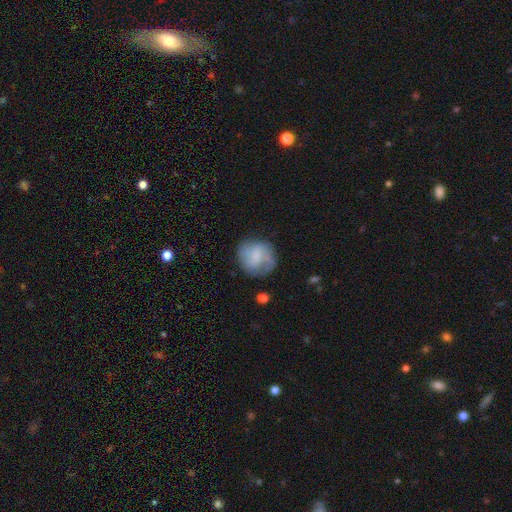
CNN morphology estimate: smooth-or-featured: smooth: 54% | featured or disk: 38% | star or artifact: 8%
  how-rounded: round: 85% | in between: 13% | cigar-shaped: 1%
  merging: none: 65% | minor disturbance: 20% | major disturbance: 11% | merger: 4%